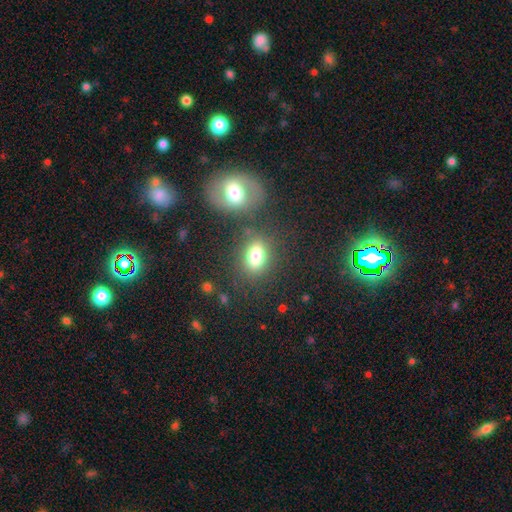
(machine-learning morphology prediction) type=smooth (78%); roundness=in between (72%); merging=none (73%).